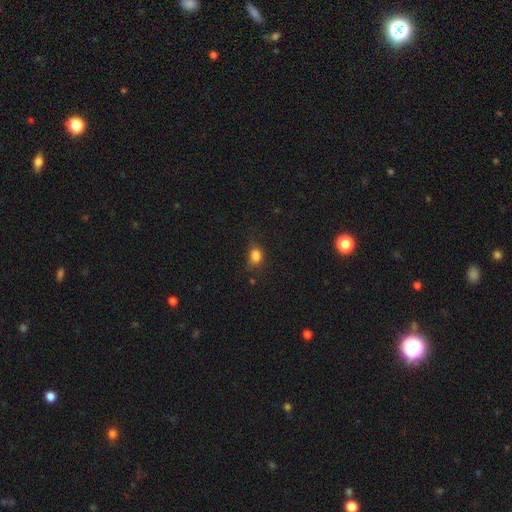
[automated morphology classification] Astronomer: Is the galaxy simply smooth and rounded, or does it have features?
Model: smooth — 82%.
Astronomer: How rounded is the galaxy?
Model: in between — 53% (runner-up: round, 45%).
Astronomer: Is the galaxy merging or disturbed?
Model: none — 59%.